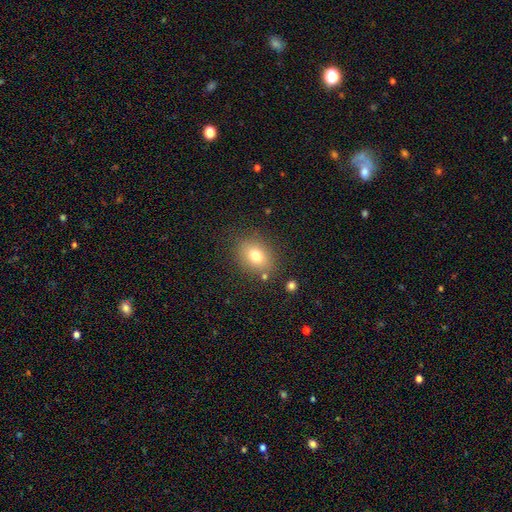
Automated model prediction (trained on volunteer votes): smooth_or_featured: smooth (p=0.76) [alt: featured or disk p=0.12]
how_rounded: in between (p=0.62) [alt: round p=0.37]
merging: none (p=0.80) [alt: minor disturbance p=0.12]